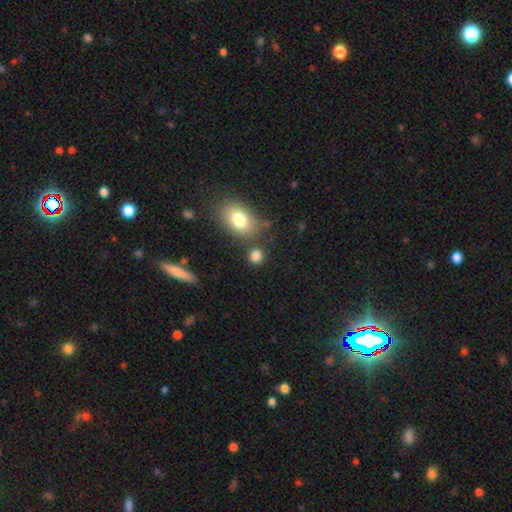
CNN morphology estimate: Overall: smooth (83%). How rounded: round (77%). Merging: none (75%).